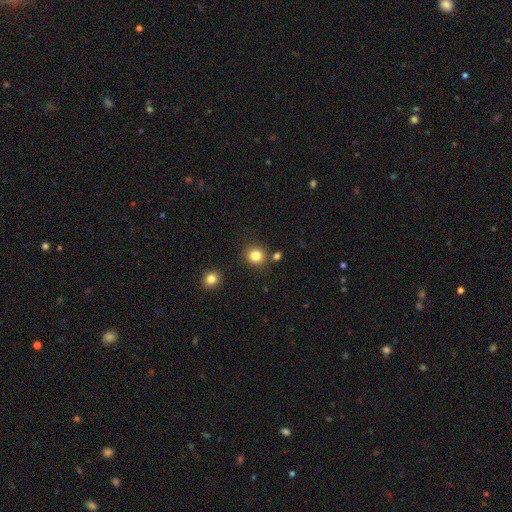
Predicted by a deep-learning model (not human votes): The model was most divided on "smooth or featured": smooth: 82%, star or artifact: 12%, featured or disk: 6%. More confident: how rounded — round (86%); merging — none (84%).